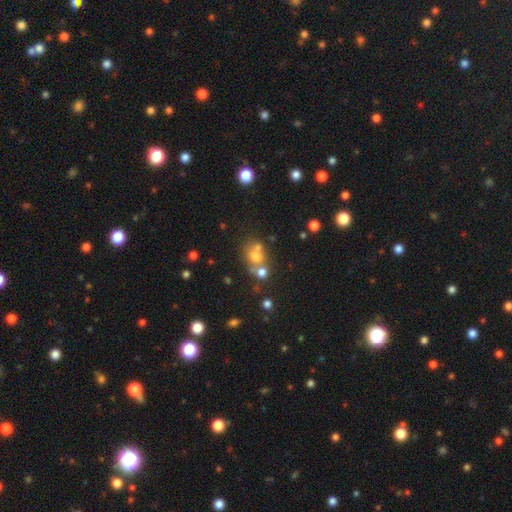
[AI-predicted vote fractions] smooth 61%, star or artifact 21%, featured or disk 18%. Down the decision tree: how rounded — round (74%); merging — none (48%).